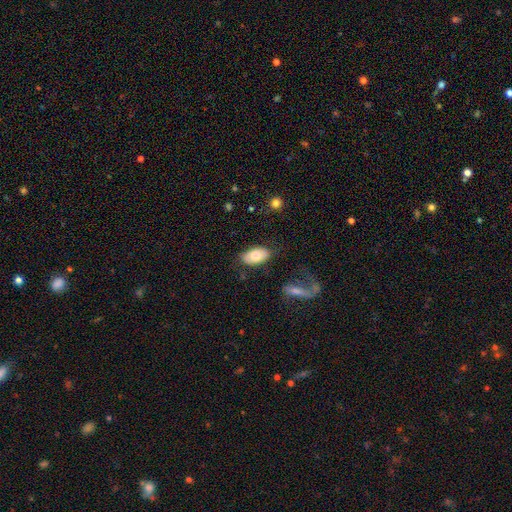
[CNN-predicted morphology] This is likely a smooth galaxy (74%). How rounded: clearly in between (94%). Merging: likely none (79%).